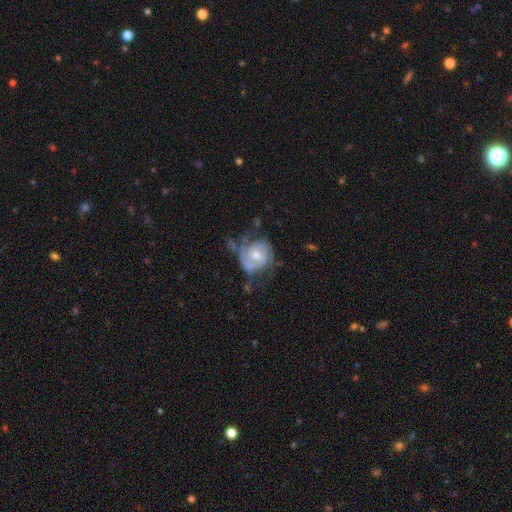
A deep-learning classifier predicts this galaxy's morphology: featured or disk 78%, smooth 16%, star or artifact 5%. Down the decision tree: edge-on disk — no (98%); bar — no (58%); spiral arms — yes (92%); spiral arm count — 2 (65%); spiral winding — tight (49%); bulge size — moderate (63%); merging — none (51%).